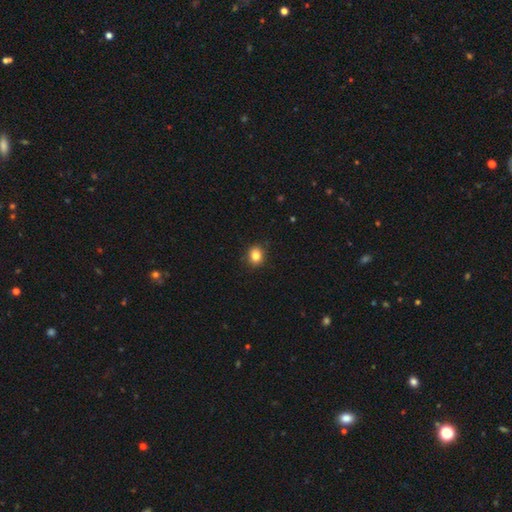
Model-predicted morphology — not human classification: smooth 84%, star or artifact 11%, featured or disk 6%. Down the decision tree: how rounded — round (68%); merging — none (89%).